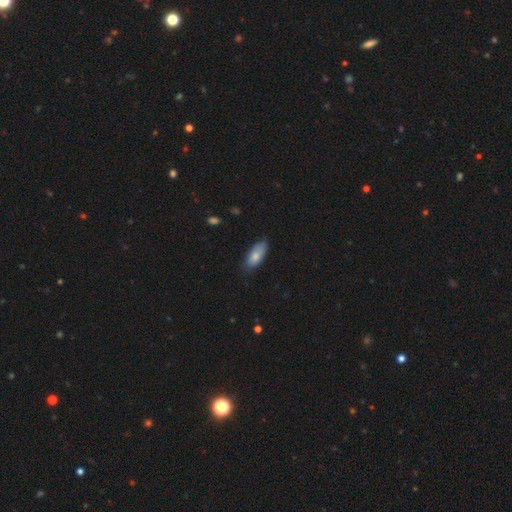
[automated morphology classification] A smooth galaxy with no disk features (78%) that is in between round and cigar-shaped (81%). Merging: none (71%).